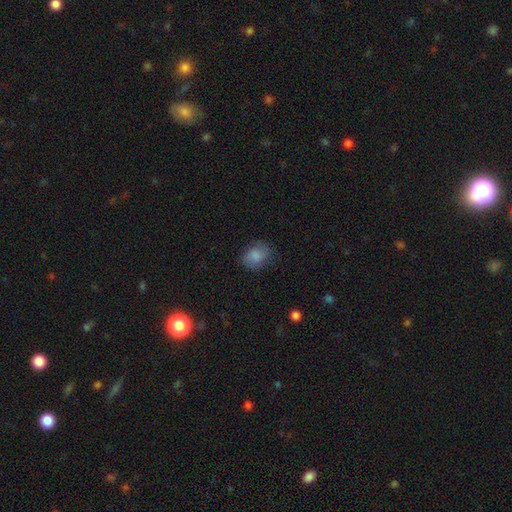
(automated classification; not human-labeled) Smooth or featured? Predicted: smooth (p=0.84). How rounded? Predicted: in between (p=0.56). Merging? Predicted: none (p=0.73).